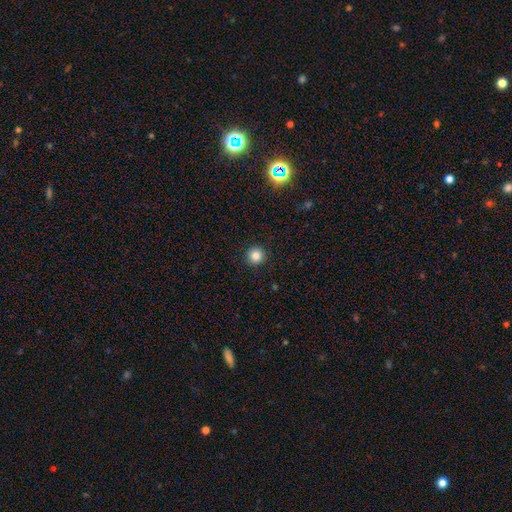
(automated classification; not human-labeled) The model was most divided on "smooth or featured": smooth: 83%, star or artifact: 11%, featured or disk: 5%. More confident: how rounded — round (96%); merging — none (93%).